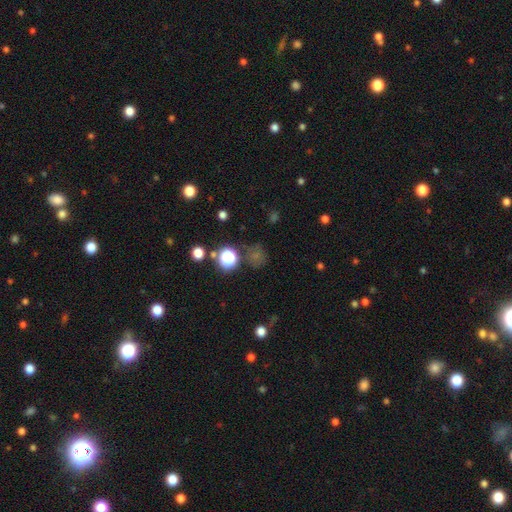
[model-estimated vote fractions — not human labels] A smooth galaxy with no disk features (47%).

Vote fractions:
- Smooth or featured? smooth: 47% / star or artifact: 44% / featured or disk: 9%
- Merging? none: 74% / minor disturbance: 13% / major disturbance: 7% / merger: 6%